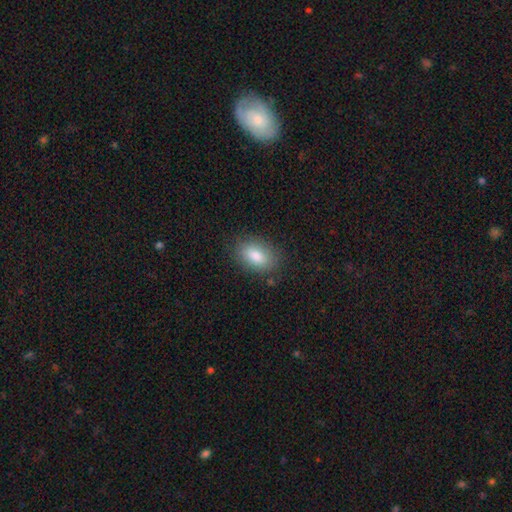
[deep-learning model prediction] Overall: smooth (84%). How rounded: in between (89%). Merging: none (84%).